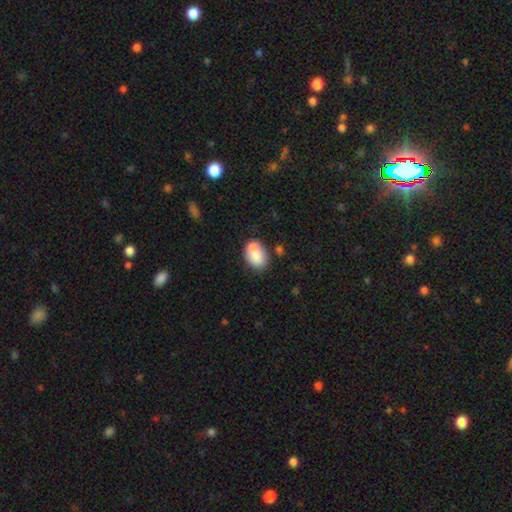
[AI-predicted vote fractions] Smooth or featured: smooth — 73% (featured or disk — 19%)
How rounded: in between — 62% (round — 37%)
Merging: merger — 44% (none — 40%)